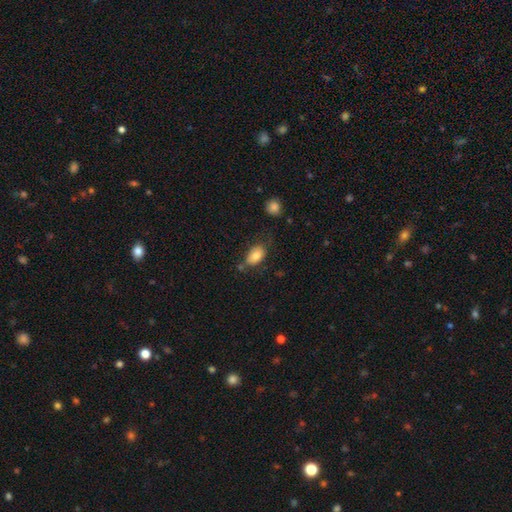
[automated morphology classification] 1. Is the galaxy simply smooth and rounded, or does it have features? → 82% smooth, 10% featured or disk, 8% star or artifact.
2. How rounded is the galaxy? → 90% in between, 8% round, 2% cigar-shaped.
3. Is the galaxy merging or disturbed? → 62% none, 23% minor disturbance, 9% merger, 7% major disturbance.